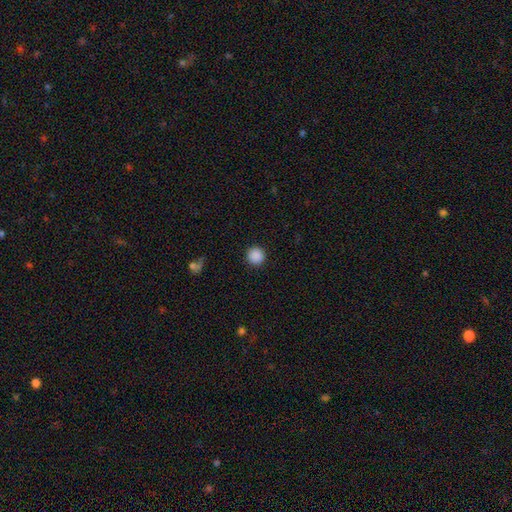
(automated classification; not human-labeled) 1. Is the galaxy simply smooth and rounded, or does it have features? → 89% smooth, 9% star or artifact, 2% featured or disk.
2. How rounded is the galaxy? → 95% round, 4% in between, 1% cigar-shaped.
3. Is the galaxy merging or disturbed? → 93% none, 4% minor disturbance, 2% major disturbance, 1% merger.